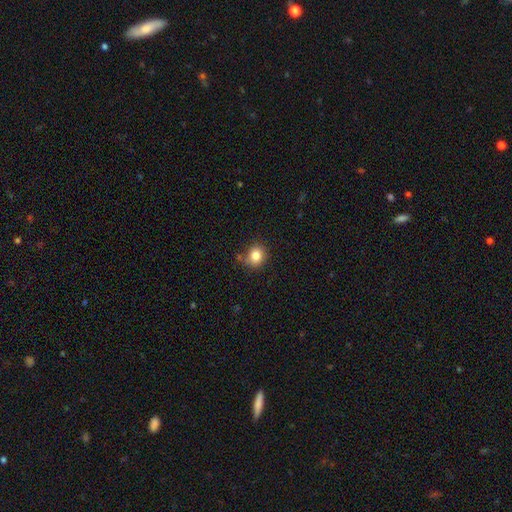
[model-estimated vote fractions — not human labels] Q: Smooth or featured?
A: smooth (82%); runner-up: star or artifact (11%)
Q: How rounded?
A: round (76%); runner-up: in between (23%)
Q: Merging?
A: none (76%); runner-up: minor disturbance (14%)